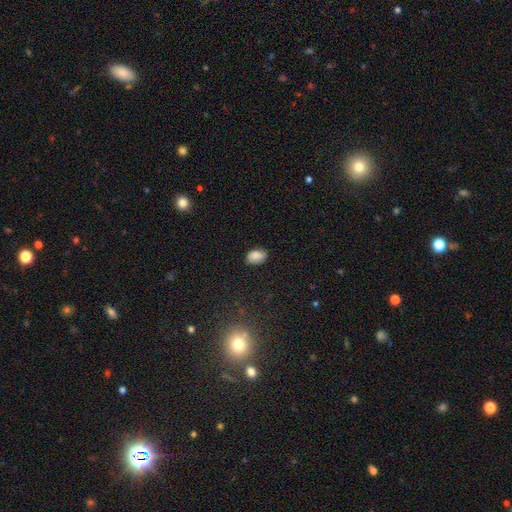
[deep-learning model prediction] This is clearly a smooth galaxy (85%). How rounded: clearly in between (87%). Merging: likely none (78%).